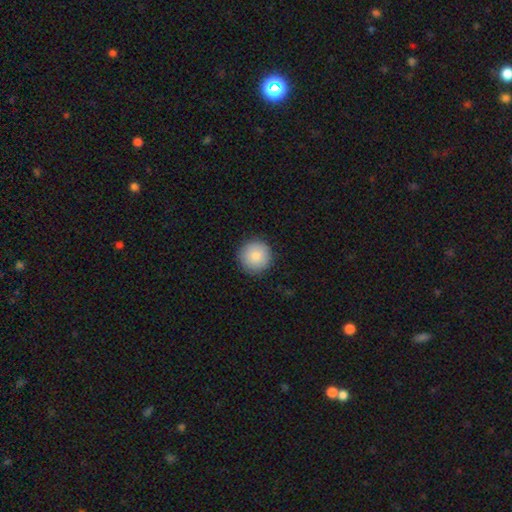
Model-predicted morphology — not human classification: A smooth galaxy with no disk features (84%) that is round (96%). Merging: none (90%).